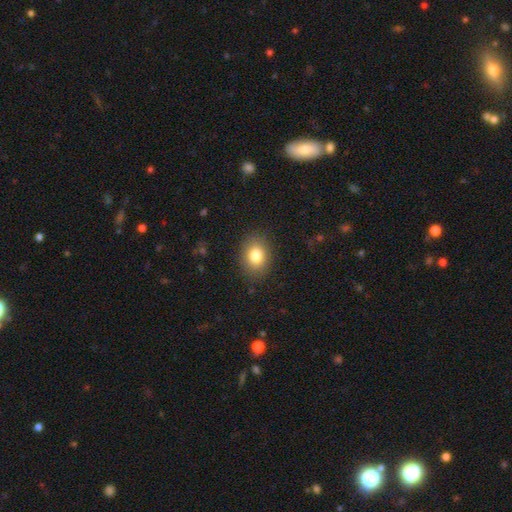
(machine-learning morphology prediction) Q: Smooth or featured?
A: smooth (81%); runner-up: star or artifact (10%)
Q: How rounded?
A: in between (61%); runner-up: round (38%)
Q: Merging?
A: none (86%); runner-up: minor disturbance (10%)